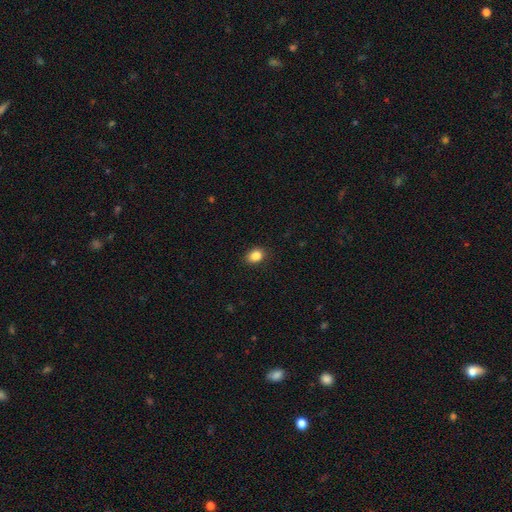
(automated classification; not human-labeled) Morphology: type=smooth (87%); roundness=in between (69%); merging=none (86%).